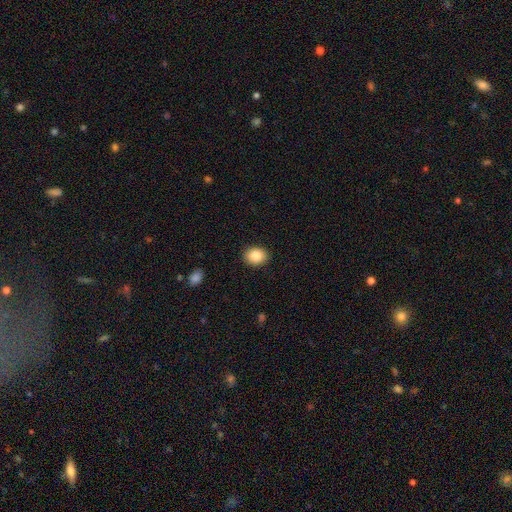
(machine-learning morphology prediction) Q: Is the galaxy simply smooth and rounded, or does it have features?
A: smooth — 85%.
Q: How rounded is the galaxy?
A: in between — 50%.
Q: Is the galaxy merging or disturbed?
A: none — 90%.